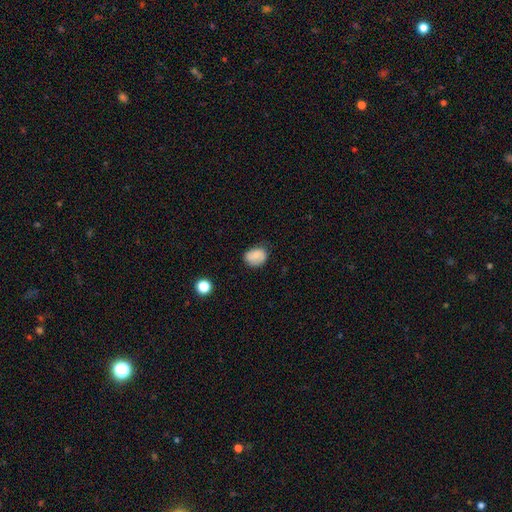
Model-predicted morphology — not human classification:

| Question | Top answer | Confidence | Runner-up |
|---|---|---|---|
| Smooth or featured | smooth | 76% | featured or disk (15%) |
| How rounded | in between | 57% | round (42%) |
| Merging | none | 70% | minor disturbance (23%) |